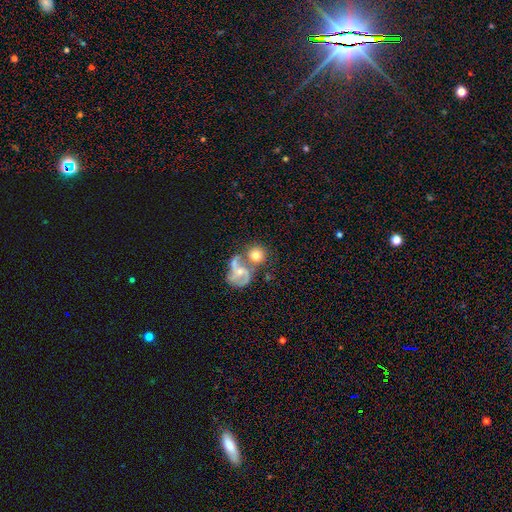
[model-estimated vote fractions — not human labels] Morphology: type=smooth (57%); roundness=round (84%); merging=none (49%).